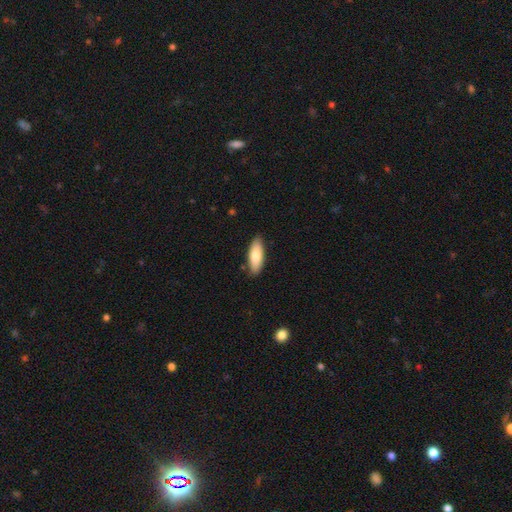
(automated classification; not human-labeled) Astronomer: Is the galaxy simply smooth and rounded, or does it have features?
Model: smooth — 80%.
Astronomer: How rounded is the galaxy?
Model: in between — 71%.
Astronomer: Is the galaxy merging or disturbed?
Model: none — 85%.